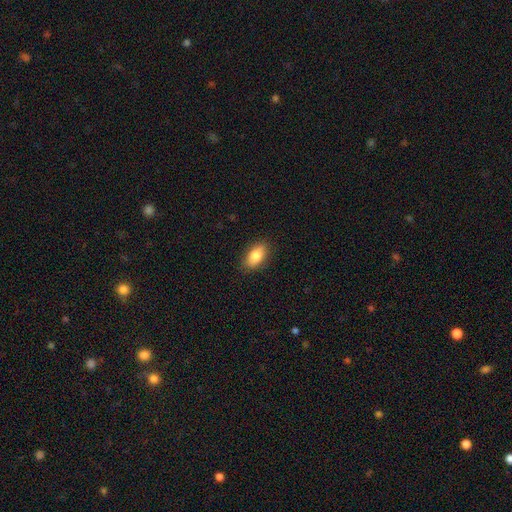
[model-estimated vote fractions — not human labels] The model was most divided on "smooth or featured": smooth: 83%, featured or disk: 10%, star or artifact: 7%. More confident: how rounded — in between (90%); merging — none (87%).